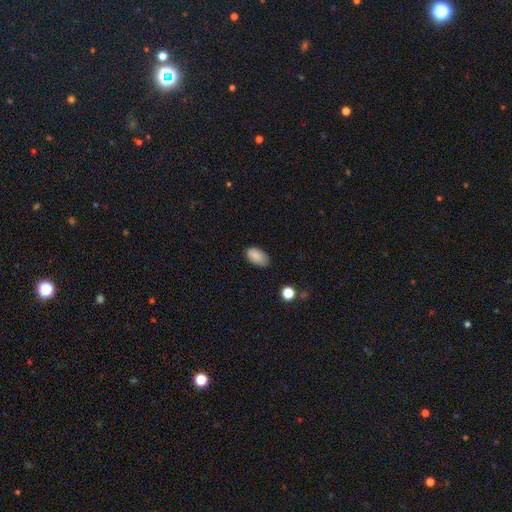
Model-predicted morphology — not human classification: Smooth or featured? smooth (87%)
How rounded? in between (93%)
Merging? none (76%)